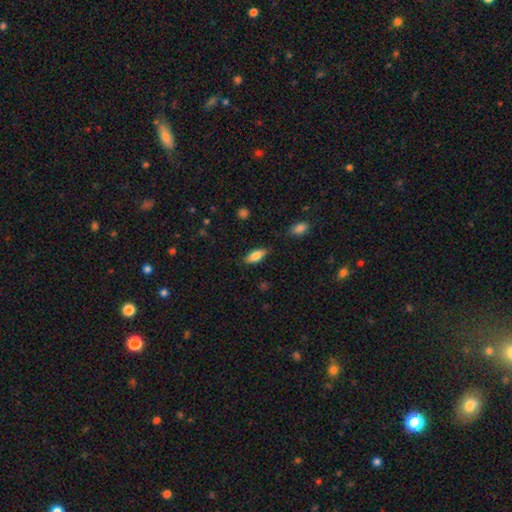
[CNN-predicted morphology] Smooth or featured? smooth (75%)
How rounded? in between (78%)
Merging? none (80%)